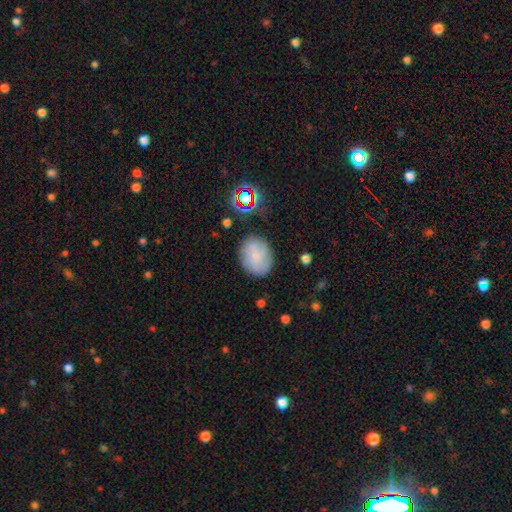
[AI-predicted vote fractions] Overall: smooth (61%; featured or disk 26%). How rounded: round (55%; in between 44%). Merging: none (75%).